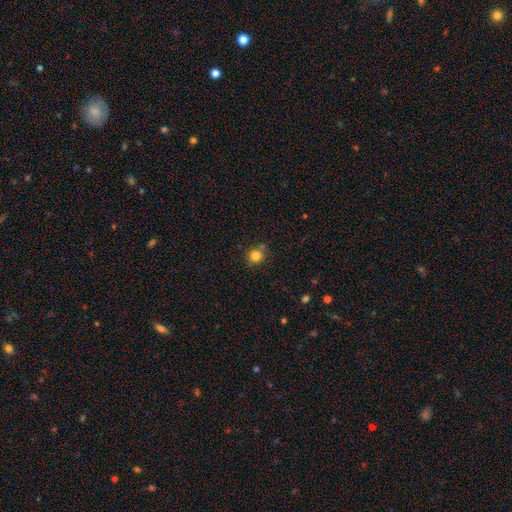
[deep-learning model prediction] smooth_or_featured: smooth (p=0.82) [alt: star or artifact p=0.12]
how_rounded: round (p=0.85) [alt: in between p=0.14]
merging: none (p=0.77) [alt: minor disturbance p=0.14]